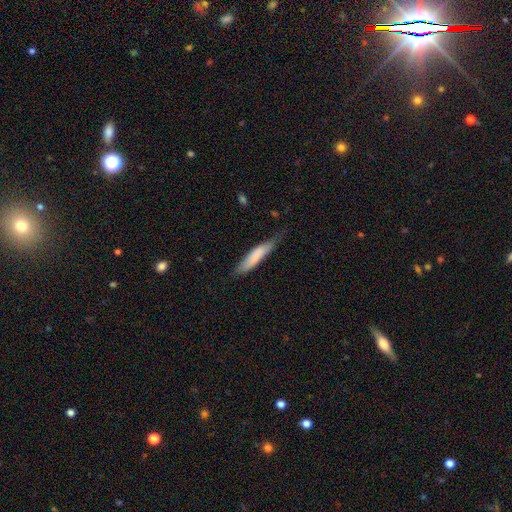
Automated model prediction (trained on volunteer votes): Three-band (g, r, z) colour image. It shows a smooth galaxy with no disk features (77%) that is cigar-shaped (84%). Merging: none (61%).